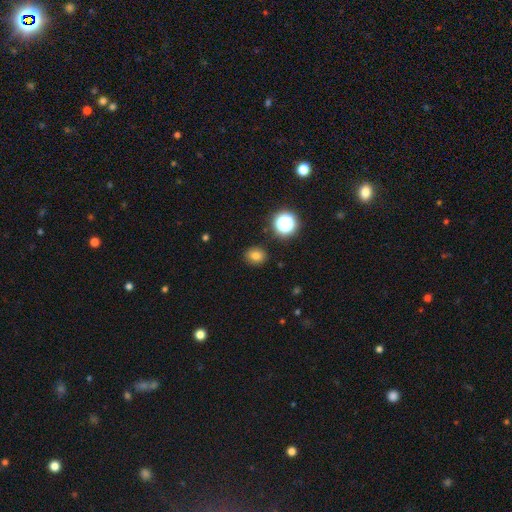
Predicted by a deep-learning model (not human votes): Smooth or featured? Predicted: smooth (p=0.76). How rounded? Predicted: round (p=0.70). Merging? Predicted: none (p=0.88).